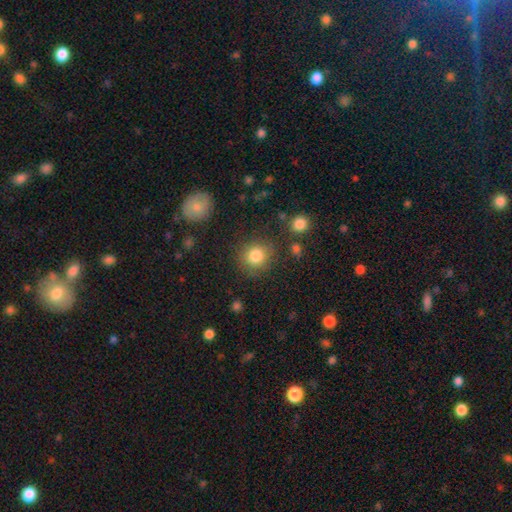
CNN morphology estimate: Smooth or featured? smooth (83%)
How rounded? round (85%)
Merging? none (81%)